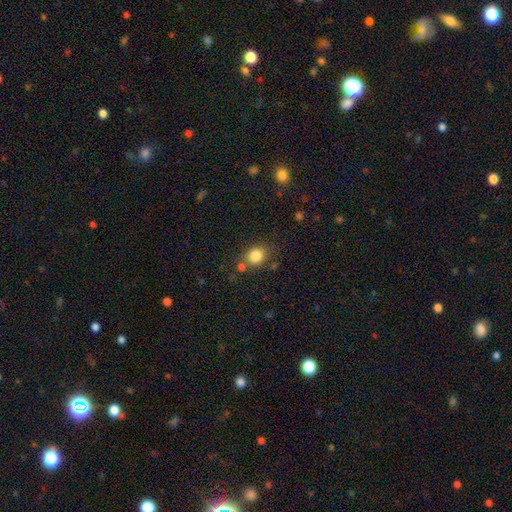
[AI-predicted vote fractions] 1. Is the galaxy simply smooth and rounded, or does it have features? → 83% smooth, 11% star or artifact, 6% featured or disk.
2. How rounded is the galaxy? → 71% round, 28% in between, 1% cigar-shaped.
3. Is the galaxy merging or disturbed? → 71% none, 13% minor disturbance, 11% merger, 4% major disturbance.